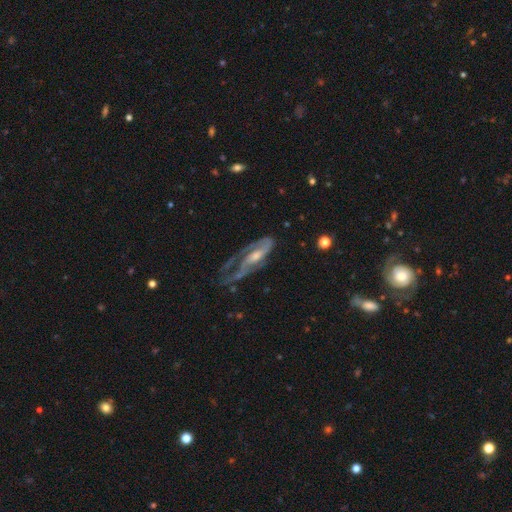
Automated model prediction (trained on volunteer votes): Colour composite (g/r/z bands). It shows a featured or disk galaxy (82%) with no bar (47%), 2 (55%) medium (44%) spiral arms (91%) and a moderate central bulge (49%). Merging: none (40%).